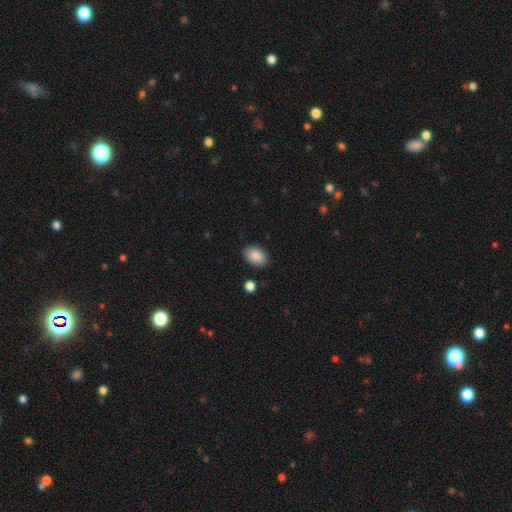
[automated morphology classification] A smooth galaxy with no disk features (89%) that is in between round and cigar-shaped (87%). Merging: none (87%).